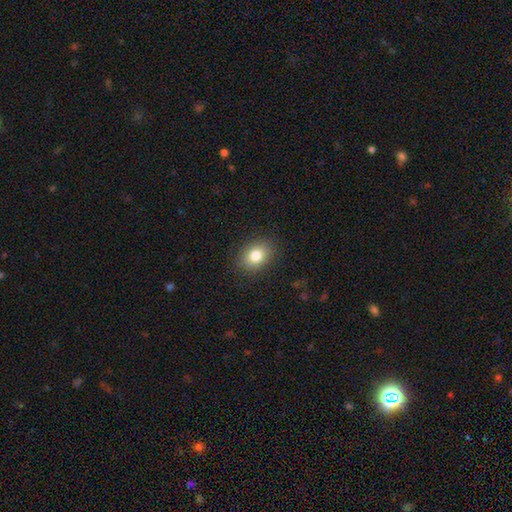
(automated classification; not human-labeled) The model was most divided on "how rounded": in between: 71%, round: 28%, cigar-shaped: 1%. More confident: merging — none (88%); smooth or featured — smooth (82%).